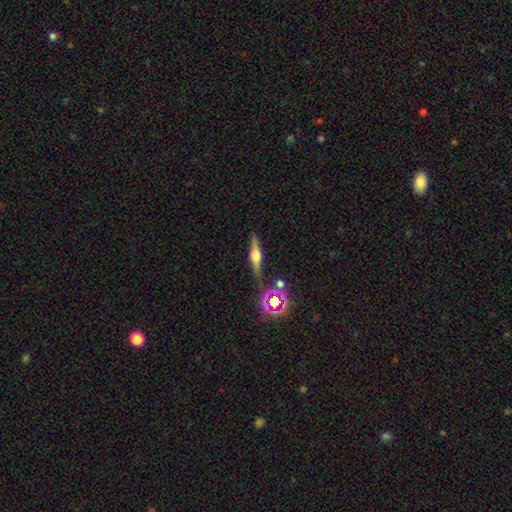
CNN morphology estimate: smooth_or_featured: featured or disk (p=0.68) [alt: smooth p=0.20]
disk_edge_on: yes (p=0.96) [alt: no p=0.04]
edge_on_bulge: rounded (p=0.91) [alt: boxy p=0.07]
merging: none (p=0.85) [alt: minor disturbance p=0.09]